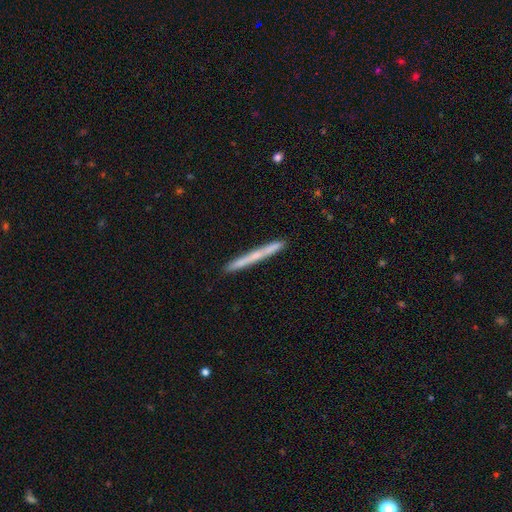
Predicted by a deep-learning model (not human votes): The model was most divided on "smooth or featured": smooth: 51%, featured or disk: 43%, star or artifact: 6%. More confident: how rounded — cigar-shaped (97%); merging — none (90%).